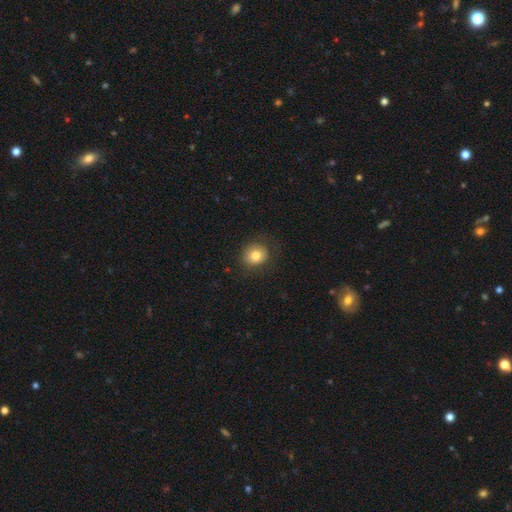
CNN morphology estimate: This appears to be a smooth galaxy with no disk features (81%) that is round (76%). Merging: none (81%).